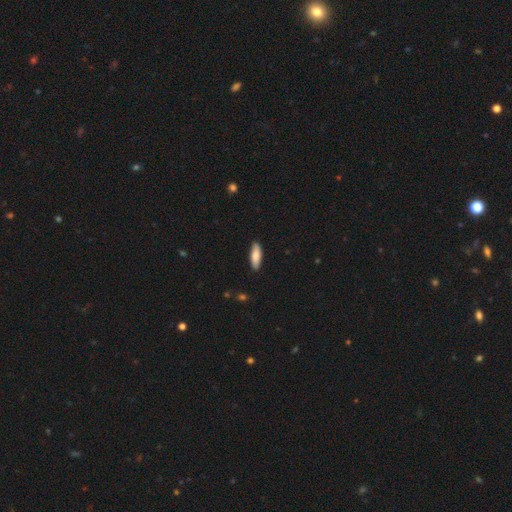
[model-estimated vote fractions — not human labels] smooth 83%, featured or disk 12%, star or artifact 5%. Down the decision tree: how rounded — in between (54%); merging — none (87%).